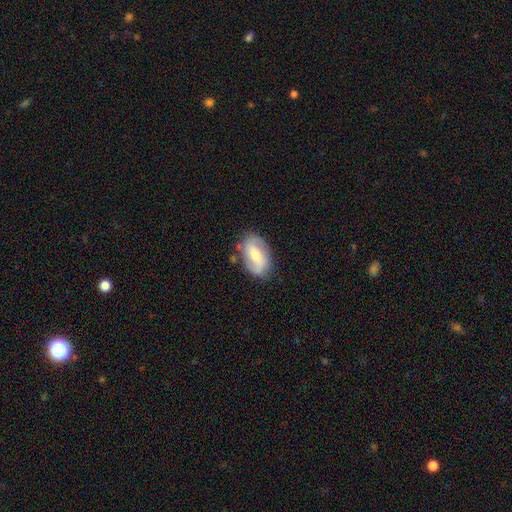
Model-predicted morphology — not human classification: A featured or disk galaxy (65%) with a weak bar (45%), 2 (87%) loose (43%) spiral arms (88%) and a moderate central bulge (50%).

Vote fractions:
- Smooth or featured? featured or disk: 65% / smooth: 29% / star or artifact: 6%
- Edge-on disk? no: 96% / yes: 4%
- Bar? weak: 45% / no: 28% / strong: 27%
- Spiral arms? yes: 88% / no: 12%
- Spiral winding? loose: 43% / medium: 39% / tight: 18%
- Spiral arm count? 2: 87% / can't tell: 7% / 1: 3% / 3: 1% / 4: 1% / more than 4: 1%
- Bulge size? moderate: 50% / small: 33% / large: 10% / none: 5% / dominant: 2%
- Merging? none: 77% / minor disturbance: 16% / major disturbance: 5% / merger: 3%